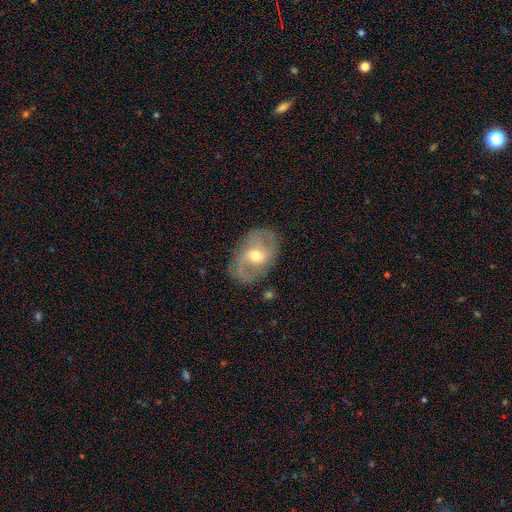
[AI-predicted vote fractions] smooth-or-featured: featured or disk: 75% | smooth: 18% | star or artifact: 7%
  disk-edge-on: no: 95% | yes: 5%
    bar: weak: 44% | no: 37% | strong: 19%
    has-spiral-arms: yes: 82% | no: 18%
      spiral-winding: medium: 45% | tight: 33% | loose: 22%
      spiral-arm-count: 2: 72% | can't tell: 15% | 3: 5% | 1: 4% | 4: 2% | more than 4: 2%
    bulge-size: moderate: 68% | small: 26% | large: 4% | none: 1% | dominant: 1%
  merging: none: 76% | minor disturbance: 17% | major disturbance: 6% | merger: 2%